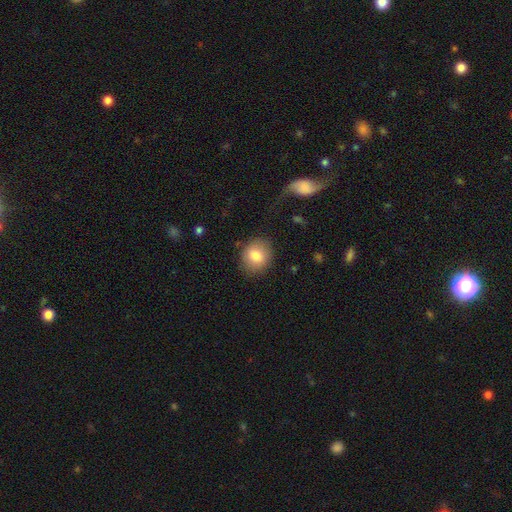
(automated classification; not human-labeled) A smooth galaxy with no disk features (82%) that is round (68%).

Vote fractions:
- Smooth or featured? smooth: 82% / featured or disk: 9% / star or artifact: 8%
- How rounded? round: 68% / in between: 31% / cigar-shaped: 1%
- Merging? none: 81% / minor disturbance: 13% / major disturbance: 4% / merger: 1%